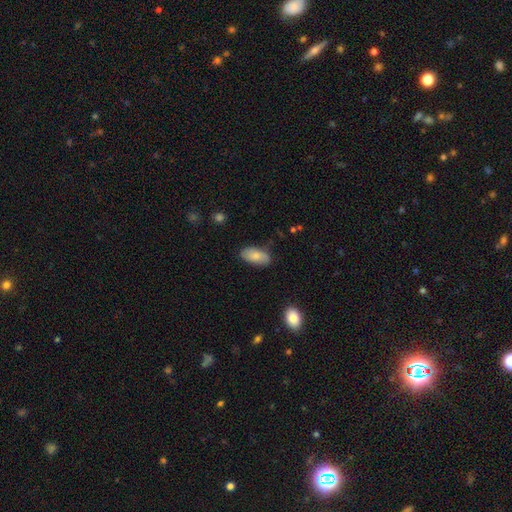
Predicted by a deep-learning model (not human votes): Overall: smooth (77%). How rounded: in between (93%). Merging: none (76%).